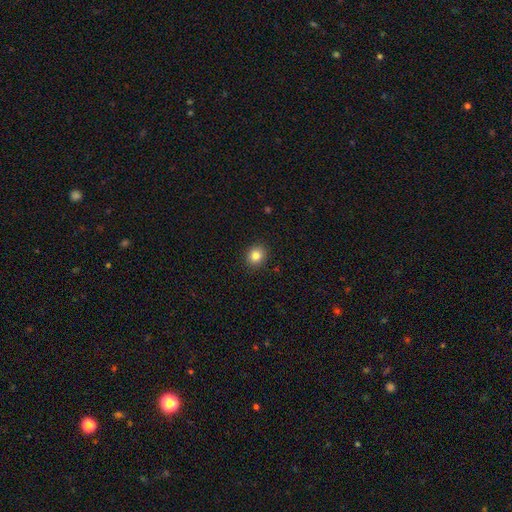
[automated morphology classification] smooth 83%, star or artifact 10%, featured or disk 7%. Down the decision tree: how rounded — round (78%); merging — none (91%).